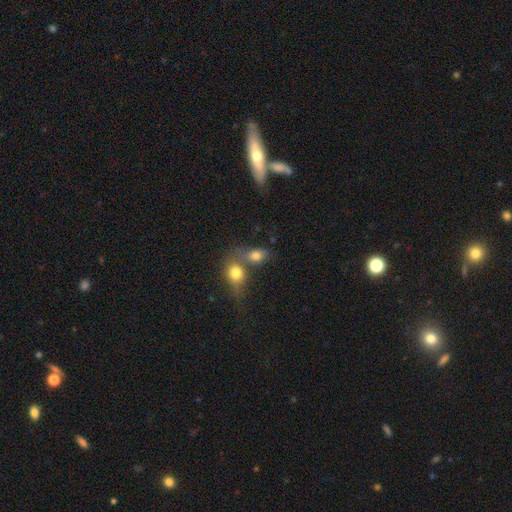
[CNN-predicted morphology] The model was most divided on "merging": merger: 53%, none: 34%, minor disturbance: 9%, major disturbance: 5%. More confident: smooth or featured — smooth (78%); how rounded — in between (72%).